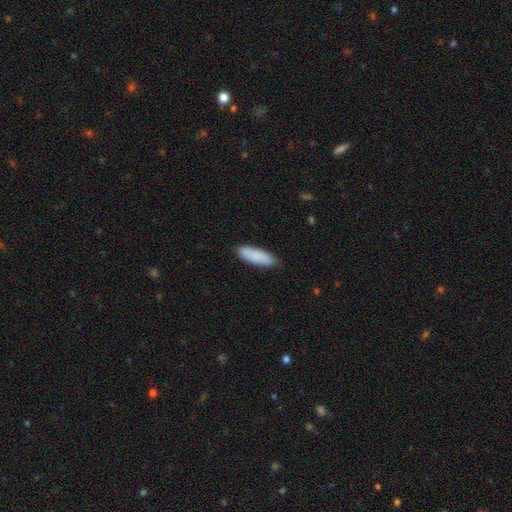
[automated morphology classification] A smooth galaxy with no disk features (87%) that is in between round and cigar-shaped (52%).

Vote fractions:
- Smooth or featured? smooth: 87% / featured or disk: 7% / star or artifact: 6%
- How rounded? in between: 52% / cigar-shaped: 47% / round: 1%
- Merging? none: 85% / minor disturbance: 12% / major disturbance: 2% / merger: 1%